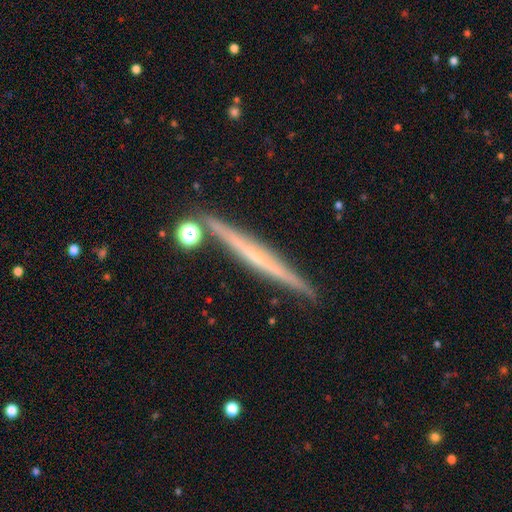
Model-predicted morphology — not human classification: The model was most divided on "edge-on bulge": none: 66%, rounded: 27%, boxy: 6%. More confident: edge-on disk — yes (97%); merging — none (86%); smooth or featured — featured or disk (68%).